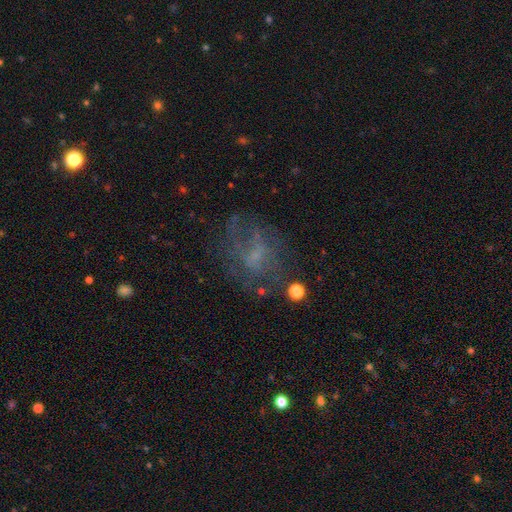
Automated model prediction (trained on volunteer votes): Q: Smooth or featured?
A: featured or disk (51%); runner-up: smooth (30%)
Q: Edge-on disk?
A: no (97%); runner-up: yes (3%)
Q: Merging?
A: none (51%); runner-up: major disturbance (26%)